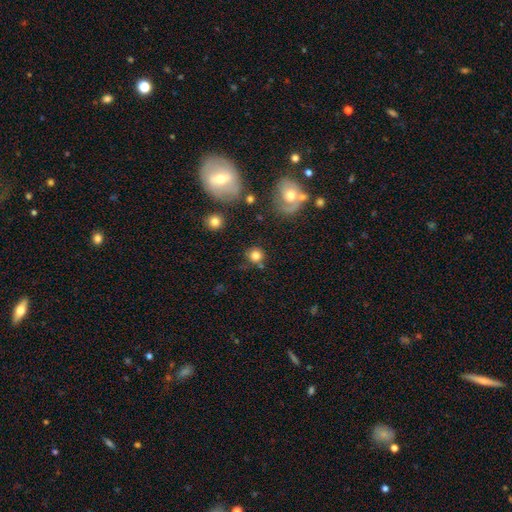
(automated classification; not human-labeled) Overall: smooth (79%). How rounded: round (90%). Merging: none (78%).